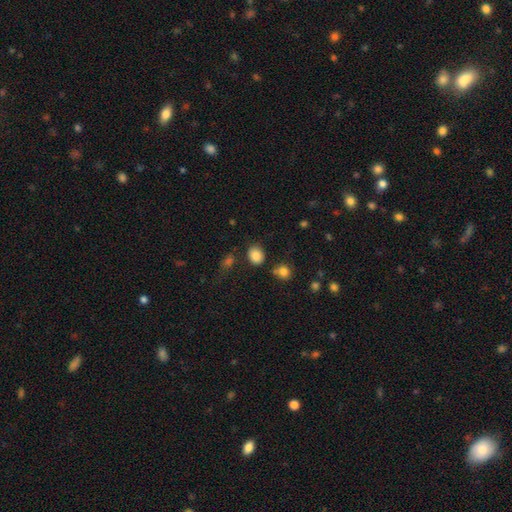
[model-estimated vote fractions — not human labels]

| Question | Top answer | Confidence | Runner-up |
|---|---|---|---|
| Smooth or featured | smooth | 85% | star or artifact (10%) |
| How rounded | round | 53% | in between (46%) |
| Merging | none | 77% | minor disturbance (13%) |